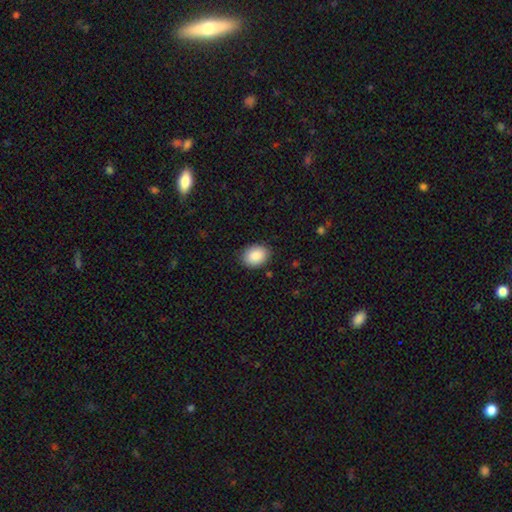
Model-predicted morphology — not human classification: Smooth or featured: smooth — 88% (star or artifact — 7%)
How rounded: in between — 68% (round — 31%)
Merging: none — 87% (minor disturbance — 10%)